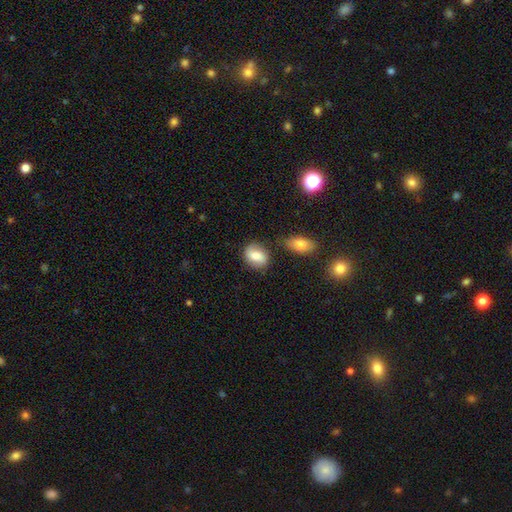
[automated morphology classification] smooth 75%, featured or disk 17%, star or artifact 8%. Down the decision tree: how rounded — in between (64%); merging — none (73%).